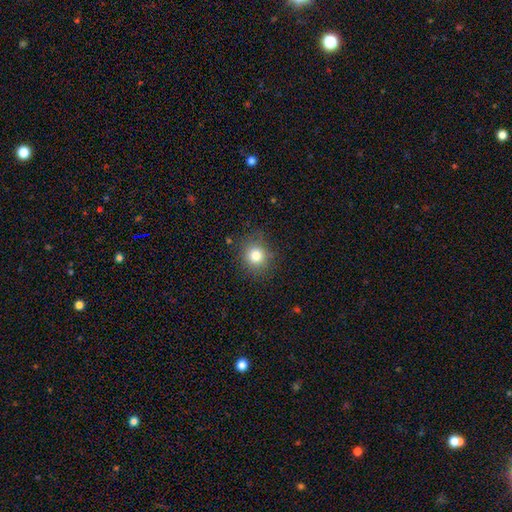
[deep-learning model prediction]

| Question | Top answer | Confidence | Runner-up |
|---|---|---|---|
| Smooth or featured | smooth | 80% | star or artifact (12%) |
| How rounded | round | 85% | in between (14%) |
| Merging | none | 84% | minor disturbance (11%) |